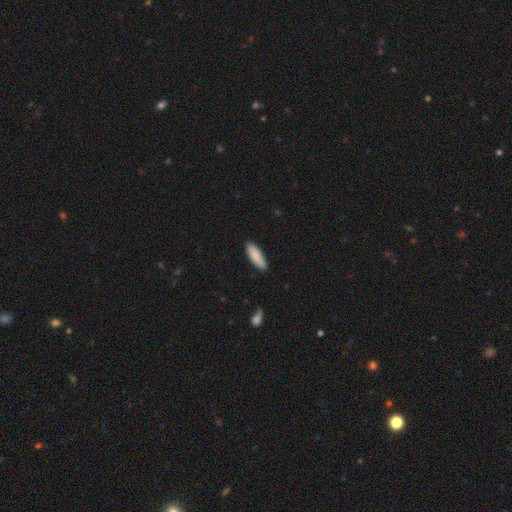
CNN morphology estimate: This is clearly a smooth galaxy (87%). How rounded: possibly in between (52%). Merging: clearly none (86%).